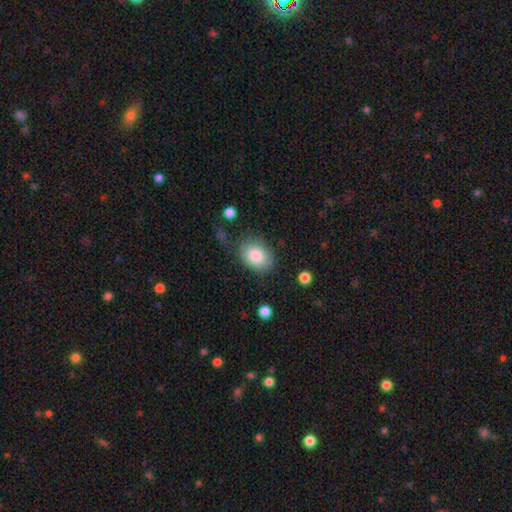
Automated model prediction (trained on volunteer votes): Overall: smooth (83%). How rounded: in between (64%; round 35%). Merging: none (70%).